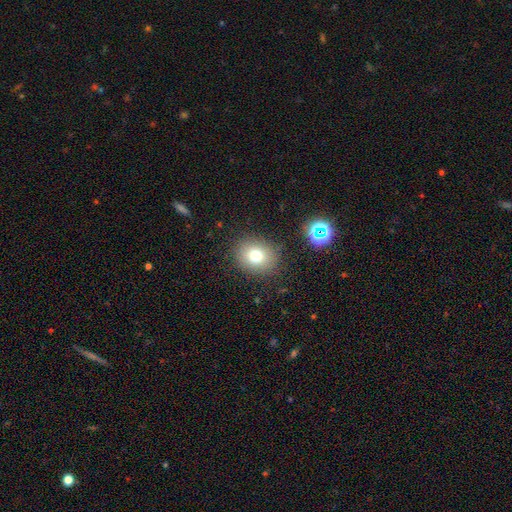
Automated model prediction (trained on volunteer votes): This appears to be a smooth galaxy with no disk features (74%) that is round (62%). Merging: none (85%).